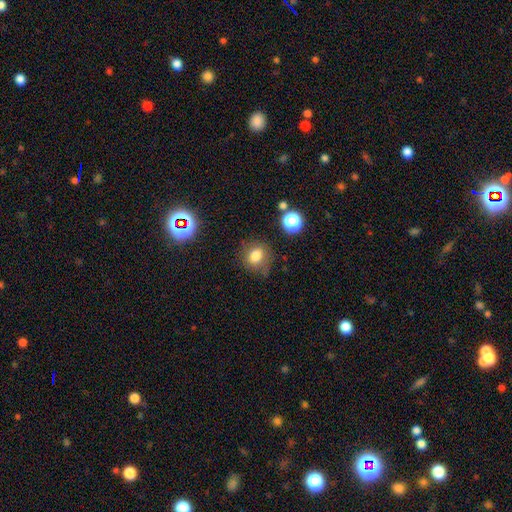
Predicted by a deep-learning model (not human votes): smooth 79%, star or artifact 13%, featured or disk 8%. Down the decision tree: how rounded — round (68%); merging — none (73%).